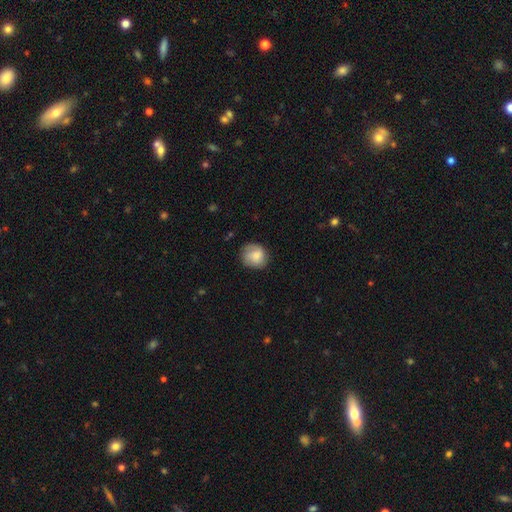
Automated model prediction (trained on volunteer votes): smooth_or_featured: smooth (p=0.74) [alt: featured or disk p=0.19]
how_rounded: round (p=0.82) [alt: in between p=0.17]
merging: none (p=0.75) [alt: minor disturbance p=0.19]